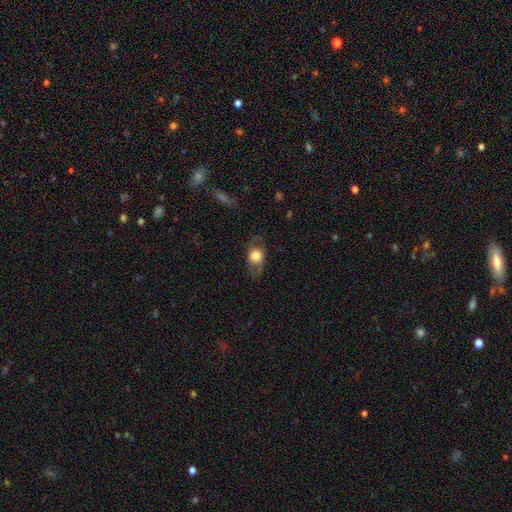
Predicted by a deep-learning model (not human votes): The model was most divided on "smooth or featured": smooth: 54%, featured or disk: 39%, star or artifact: 7%. More confident: merging — none (74%); how rounded — in between (61%).